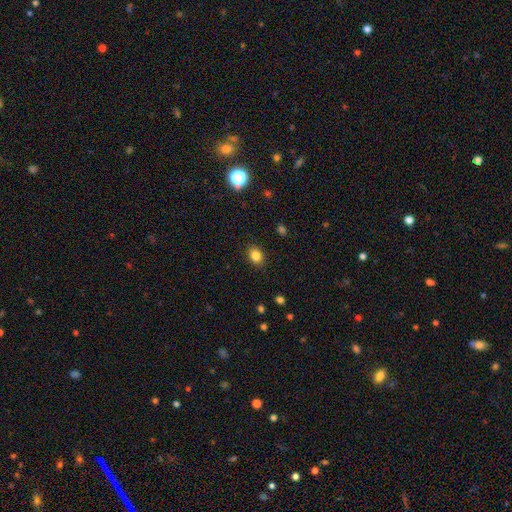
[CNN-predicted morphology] This appears to be a smooth galaxy with no disk features (84%) that is in between round and cigar-shaped (52%). Merging: none (87%).